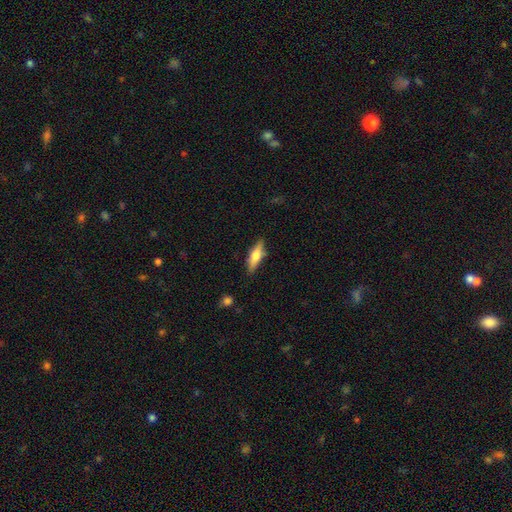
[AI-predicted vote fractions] Smooth or featured: smooth — 54% (featured or disk — 40%)
How rounded: cigar-shaped — 55% (in between — 43%)
Merging: none — 82% (minor disturbance — 13%)